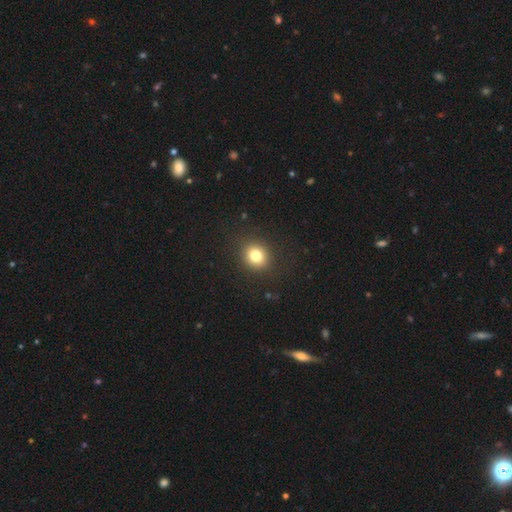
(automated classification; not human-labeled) Overall: smooth (79%). How rounded: round (76%). Merging: none (89%).